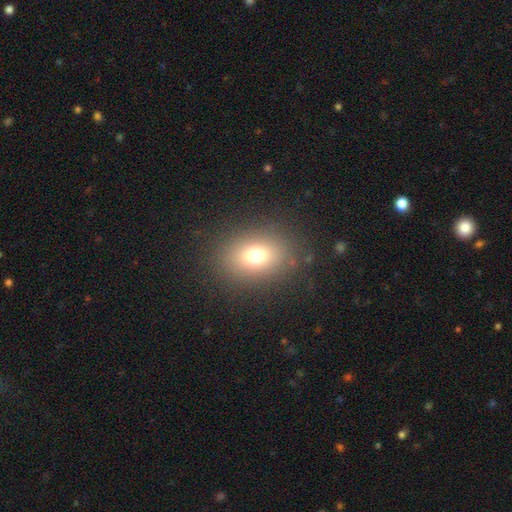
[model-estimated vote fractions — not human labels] smooth-or-featured: smooth: 73% | star or artifact: 16% | featured or disk: 11%
  how-rounded: in between: 60% | round: 39% | cigar-shaped: 1%
  merging: none: 85% | minor disturbance: 9% | major disturbance: 5% | merger: 1%